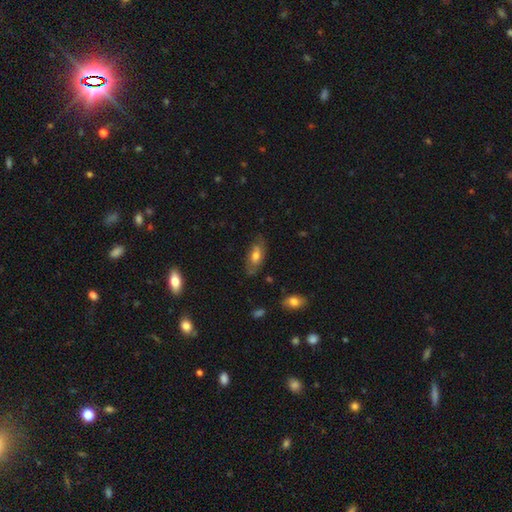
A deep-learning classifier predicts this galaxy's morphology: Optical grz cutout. It shows a smooth galaxy with no disk features (54%) that is in between round and cigar-shaped (84%). Merging: none (74%).